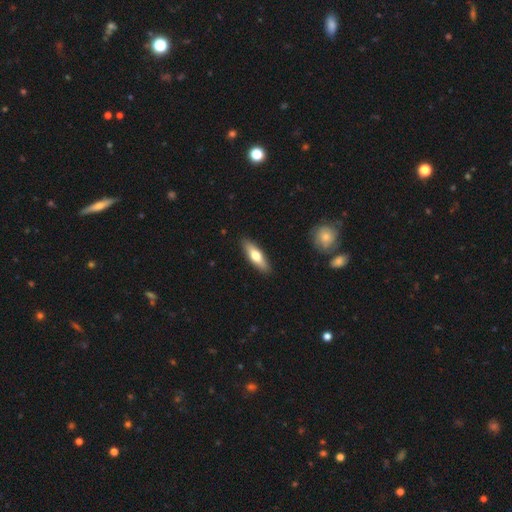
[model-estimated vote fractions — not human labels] Smooth or featured: smooth — 62% (featured or disk — 33%)
How rounded: cigar-shaped — 55% (in between — 43%)
Merging: none — 89% (minor disturbance — 8%)